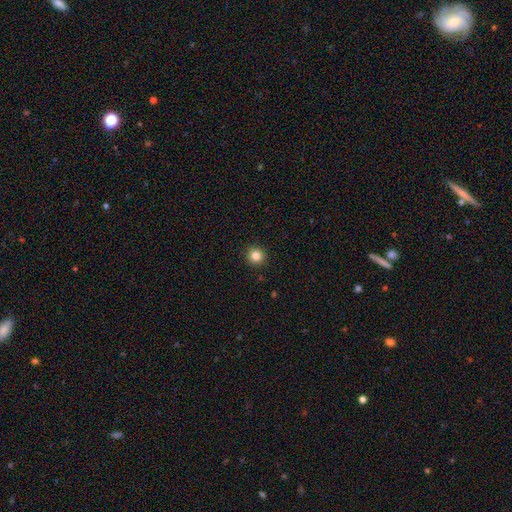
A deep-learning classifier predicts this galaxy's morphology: This appears to be a smooth galaxy with no disk features (83%) that is round (94%). Merging: none (93%).